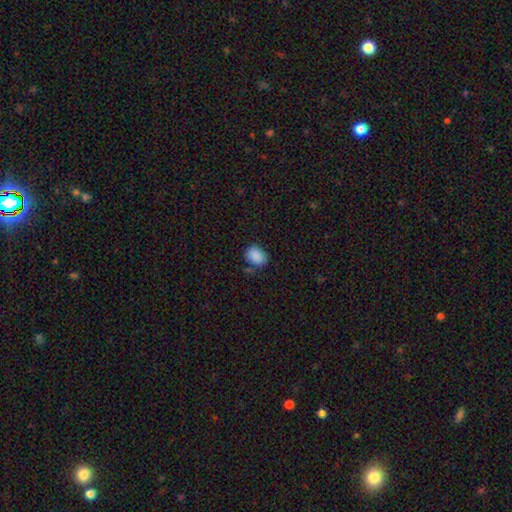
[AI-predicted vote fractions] Q: Smooth or featured?
A: smooth (88%); runner-up: star or artifact (8%)
Q: How rounded?
A: in between (65%); runner-up: round (34%)
Q: Merging?
A: none (74%); runner-up: minor disturbance (18%)